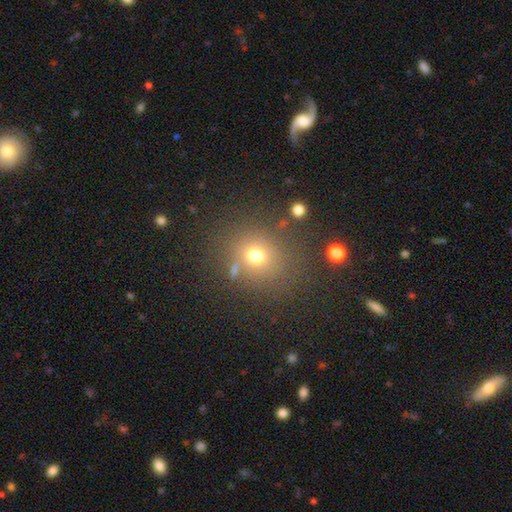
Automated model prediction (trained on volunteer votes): Smooth or featured? Predicted: smooth (p=0.70). How rounded? Predicted: round (p=0.79). Merging? Predicted: none (p=0.77).